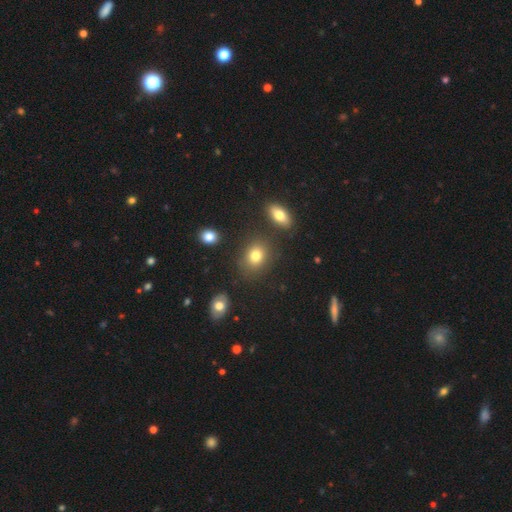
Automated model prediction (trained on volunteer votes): Q: Smooth or featured?
A: smooth (79%); runner-up: star or artifact (12%)
Q: How rounded?
A: in between (50%); runner-up: round (49%)
Q: Merging?
A: none (78%); runner-up: minor disturbance (12%)